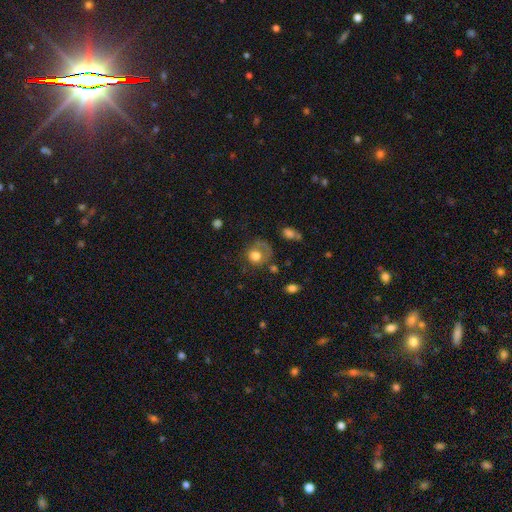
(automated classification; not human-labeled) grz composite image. It shows a smooth galaxy with no disk features (67%) that is round (68%). Merging: major disturbance (38%).